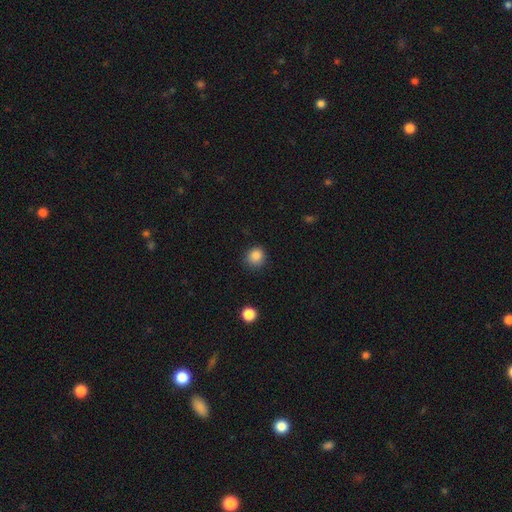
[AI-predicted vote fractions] A smooth galaxy with no disk features (86%) that is round (88%). Merging: none (87%).